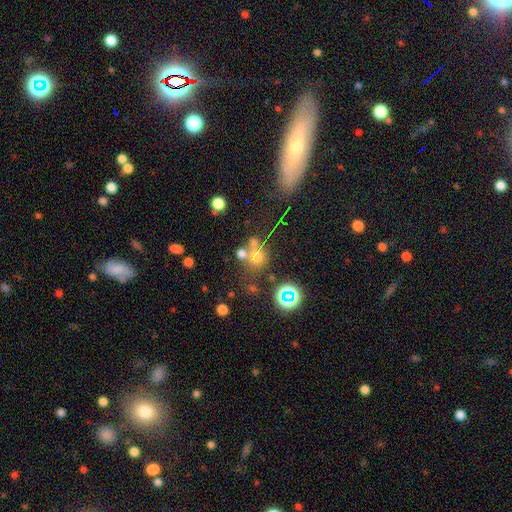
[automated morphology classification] A smooth galaxy with no disk features (58%) that is round (82%).

Vote fractions:
- Smooth or featured? smooth: 58% / star or artifact: 30% / featured or disk: 13%
- How rounded? round: 82% / in between: 17% / cigar-shaped: 1%
- Merging? none: 57% / merger: 27% / minor disturbance: 11% / major disturbance: 6%